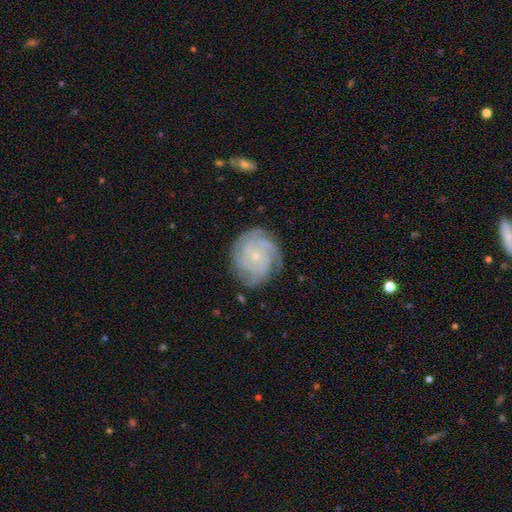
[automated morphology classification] smooth-or-featured: featured or disk: 86% | smooth: 8% | star or artifact: 6%
  disk-edge-on: no: 98% | yes: 2%
    bar: no: 79% | weak: 17% | strong: 3%
    has-spiral-arms: yes: 97% | no: 3%
      spiral-winding: tight: 75% | medium: 22% | loose: 3%
      spiral-arm-count: 3: 31% | 4: 26% | can't tell: 18% | 2: 11% | more than 4: 7% | 1: 6%
    bulge-size: small: 81% | moderate: 15% | none: 2% | large: 1% | dominant: 1%
  merging: none: 79% | minor disturbance: 15% | major disturbance: 4% | merger: 1%